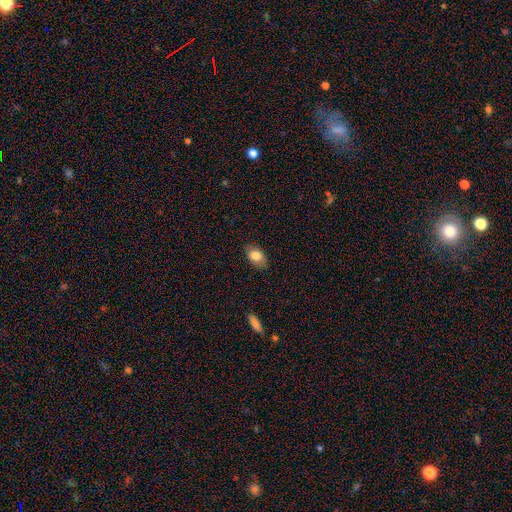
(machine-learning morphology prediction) Smooth or featured? smooth (81%)
How rounded? in between (88%)
Merging? none (82%)